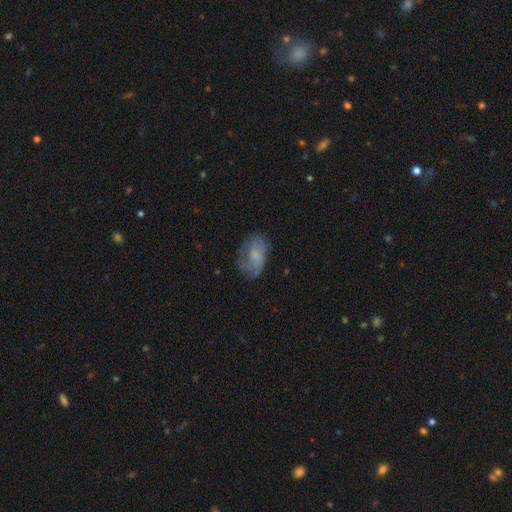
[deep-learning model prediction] smooth_or_featured: smooth (p=0.54) [alt: featured or disk p=0.37]
how_rounded: in between (p=0.89) [alt: round p=0.09]
merging: none (p=0.53) [alt: minor disturbance p=0.27]